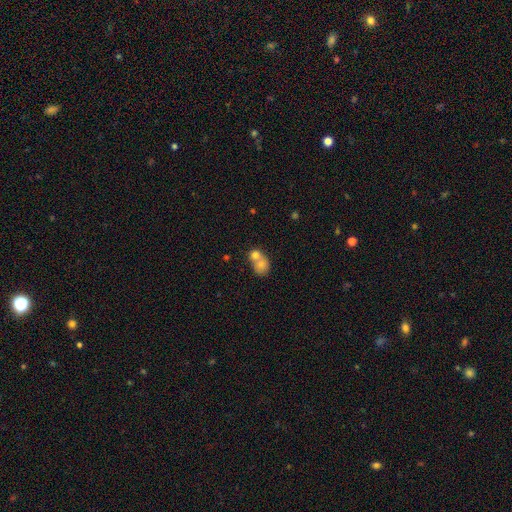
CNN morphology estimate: Overall: smooth (72%). How rounded: round (61%; in between 38%). Merging: merger (69%).